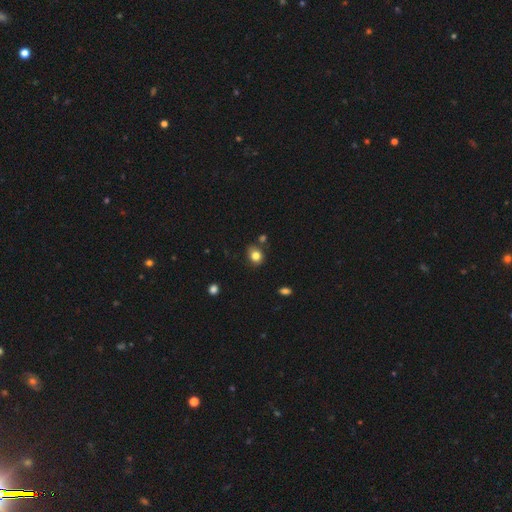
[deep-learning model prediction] Smooth or featured: smooth — 81% (star or artifact — 11%)
How rounded: round — 64% (in between — 35%)
Merging: none — 76% (minor disturbance — 14%)